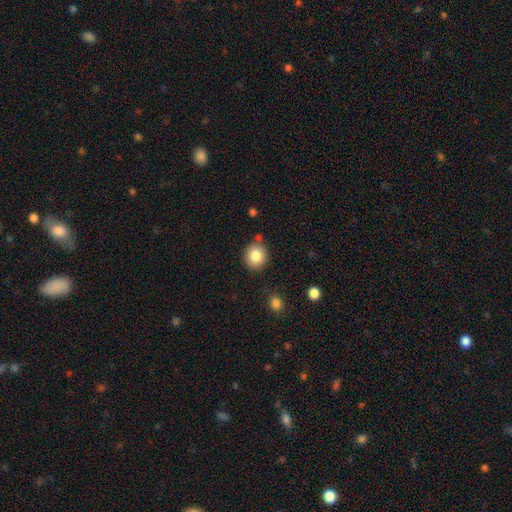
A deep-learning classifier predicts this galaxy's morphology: Q: Smooth or featured?
A: smooth (84%); runner-up: star or artifact (9%)
Q: How rounded?
A: round (84%); runner-up: in between (15%)
Q: Merging?
A: none (81%); runner-up: minor disturbance (10%)